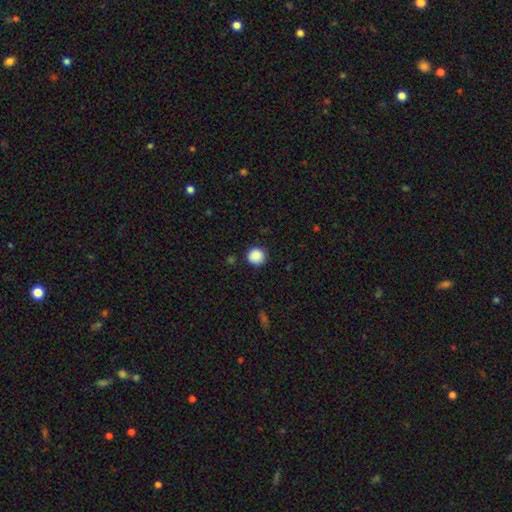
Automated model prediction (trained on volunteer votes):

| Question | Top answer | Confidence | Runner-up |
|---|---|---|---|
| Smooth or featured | smooth | 89% | star or artifact (9%) |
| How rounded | round | 94% | in between (5%) |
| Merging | none | 89% | minor disturbance (7%) |